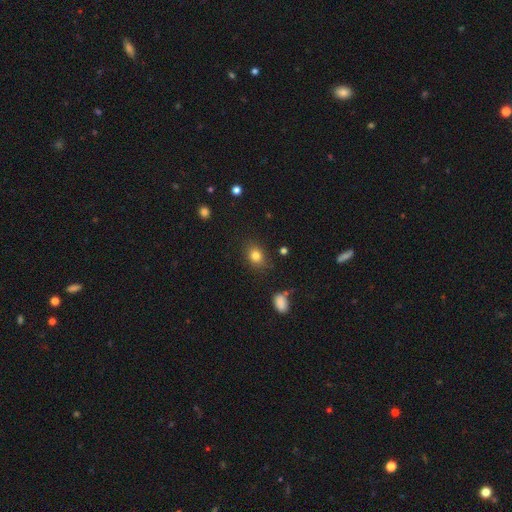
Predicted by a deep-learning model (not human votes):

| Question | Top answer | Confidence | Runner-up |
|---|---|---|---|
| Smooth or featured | smooth | 81% | star or artifact (11%) |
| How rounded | in between | 57% | round (42%) |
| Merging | none | 80% | minor disturbance (14%) |